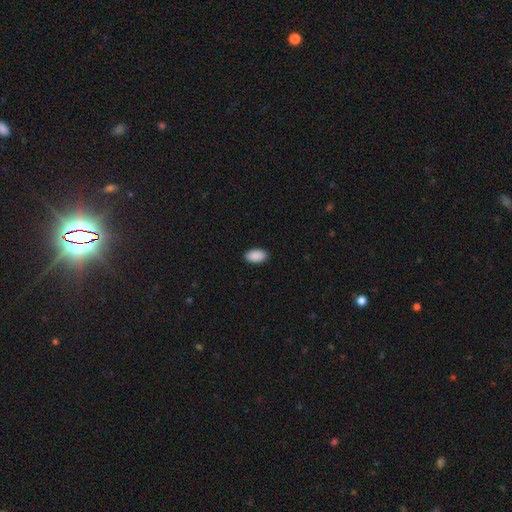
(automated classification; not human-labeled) smooth 91%, star or artifact 7%, featured or disk 2%. Down the decision tree: how rounded — in between (95%); merging — none (90%).